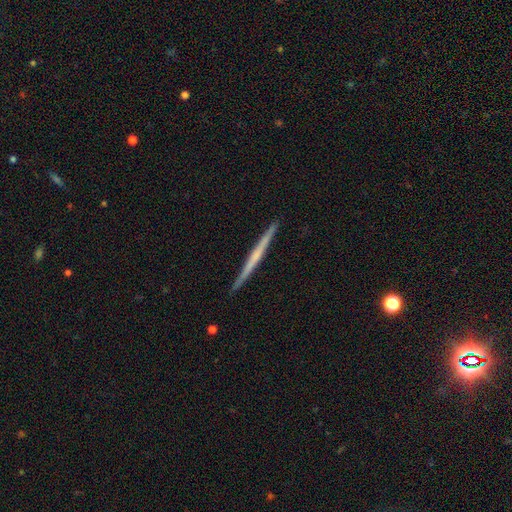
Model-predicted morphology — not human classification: A featured or disk galaxy (63%) viewed edge-on (98%) with no central bulge (75%). Merging: none (92%).